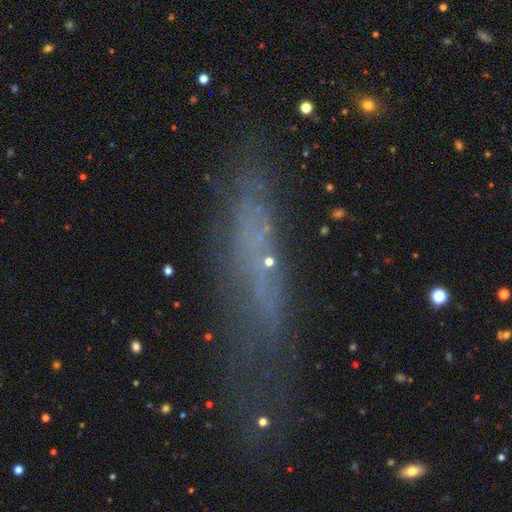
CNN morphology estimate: A smooth galaxy with no disk features (39%).

Vote fractions:
- Smooth or featured? smooth: 39% / featured or disk: 36% / star or artifact: 25%
- Merging? none: 69% / minor disturbance: 19% / major disturbance: 9% / merger: 3%